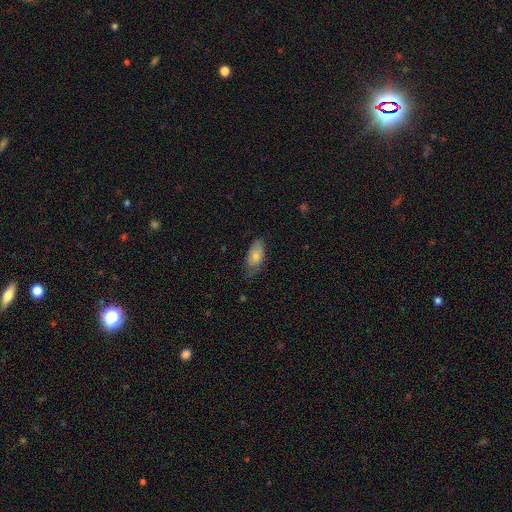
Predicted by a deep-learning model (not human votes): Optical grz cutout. It shows a smooth galaxy with no disk features (73%) that is in between round and cigar-shaped (89%). Merging: none (59%).